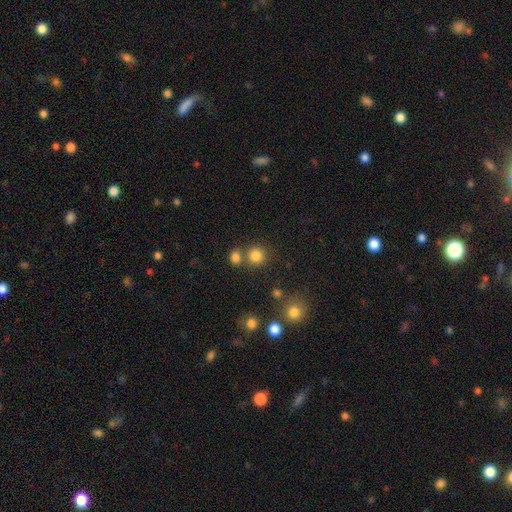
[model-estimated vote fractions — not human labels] Smooth or featured? Predicted: smooth (p=0.81). How rounded? Predicted: round (p=0.88). Merging? Predicted: none (p=0.66).